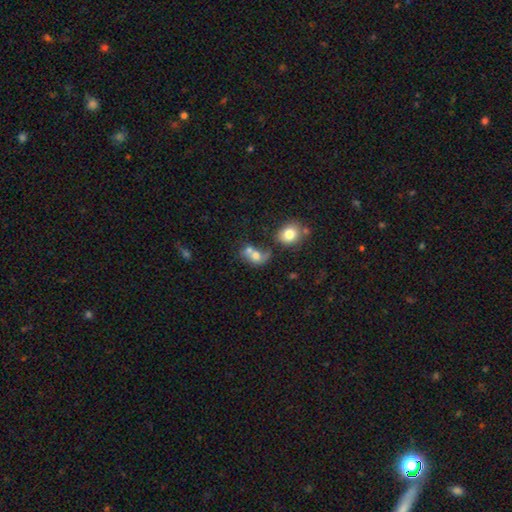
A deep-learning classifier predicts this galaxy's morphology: The model was most divided on "how rounded": in between: 51%, round: 47%, cigar-shaped: 2%. More confident: smooth or featured — smooth (67%); merging — merger (54%).